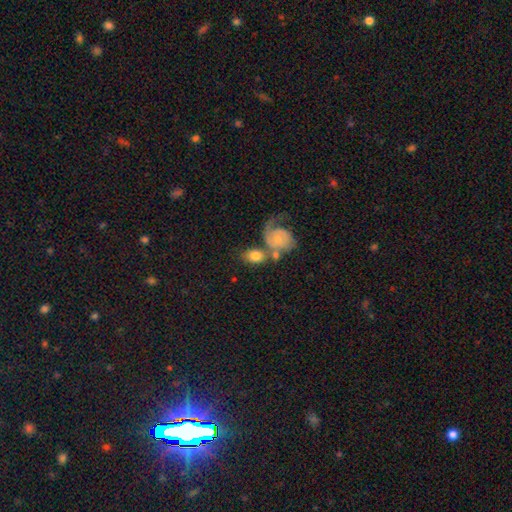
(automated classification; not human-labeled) A smooth galaxy with no disk features (59%) that is in between round and cigar-shaped (70%). Merging: merger (38%).